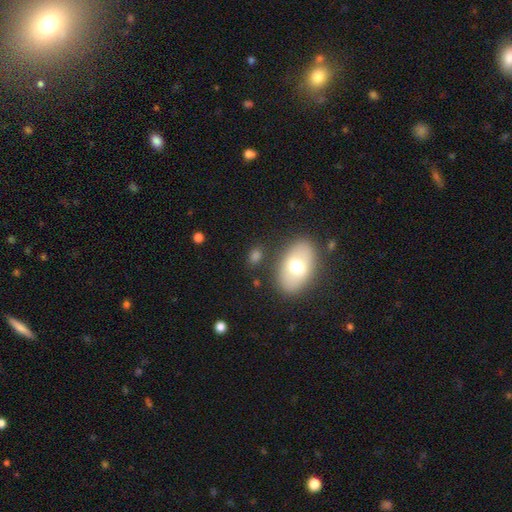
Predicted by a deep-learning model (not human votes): smooth-or-featured: smooth: 67% | featured or disk: 22% | star or artifact: 11%
  how-rounded: in between: 78% | round: 18% | cigar-shaped: 3%
  merging: none: 75% | minor disturbance: 14% | merger: 6% | major disturbance: 5%